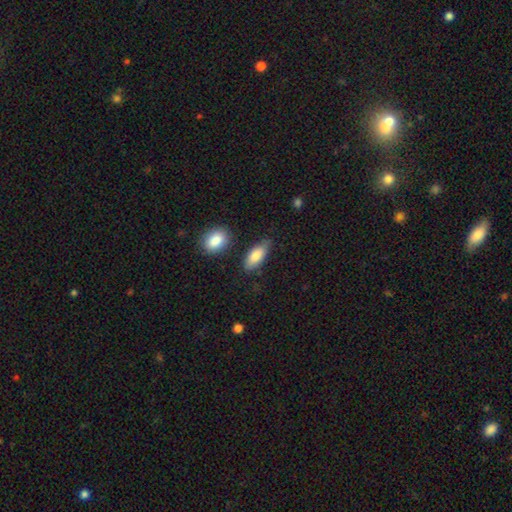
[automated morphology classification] A smooth galaxy with no disk features (82%) that is in between round and cigar-shaped (82%).

Vote fractions:
- Smooth or featured? smooth: 82% / featured or disk: 12% / star or artifact: 6%
- How rounded? in between: 82% / cigar-shaped: 16% / round: 2%
- Merging? none: 74% / minor disturbance: 18% / merger: 5% / major disturbance: 4%